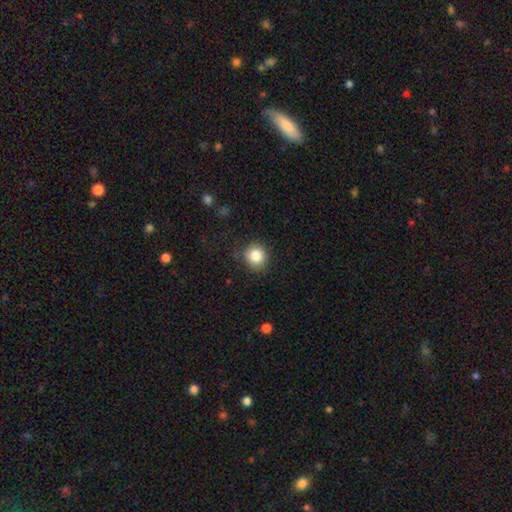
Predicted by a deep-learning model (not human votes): Smooth or featured: smooth — 85% (star or artifact — 10%)
How rounded: round — 88% (in between — 11%)
Merging: none — 85% (minor disturbance — 11%)